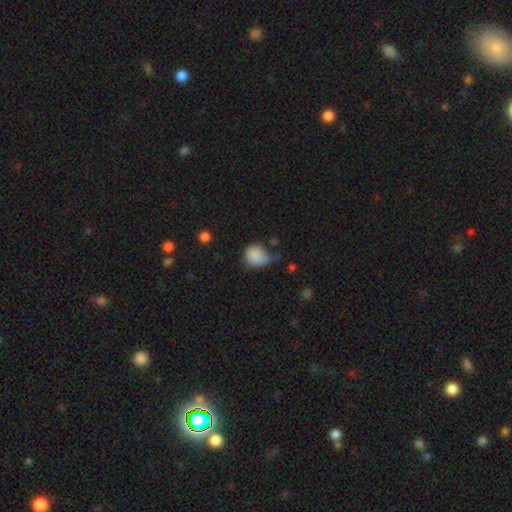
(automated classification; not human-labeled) Morphology: type=smooth (83%); roundness=round (75%); merging=minor disturbance (35%).